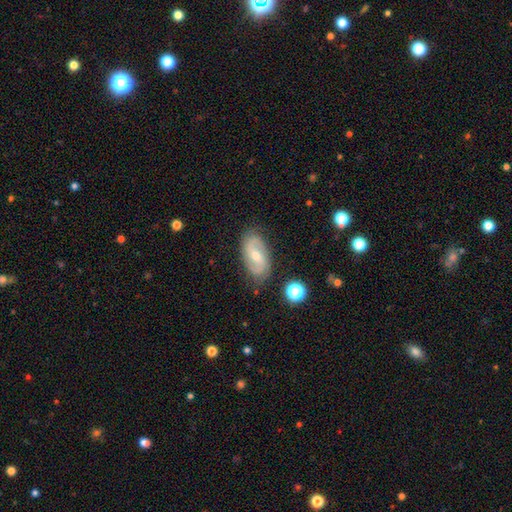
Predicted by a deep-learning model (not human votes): Overall: featured or disk (75%). Edge-on disk: no (95%). Bar: weak (45%; no 38%). Spiral arms: yes (91%). Spiral arm count: 2 (88%). Spiral winding: medium (44%; loose 31%). Bulge size: moderate (53%; small 42%). Merging: none (83%).